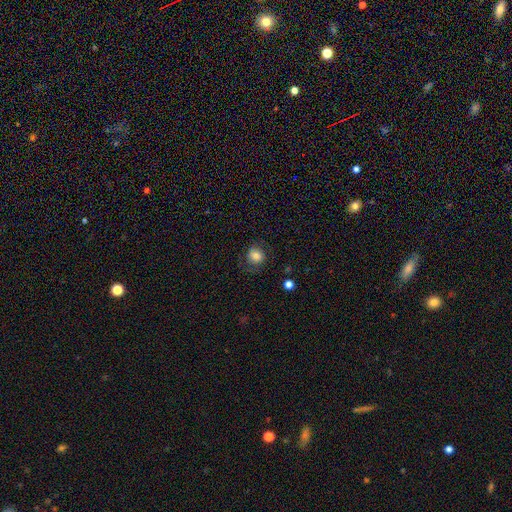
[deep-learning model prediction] Smooth or featured? Predicted: smooth (p=0.75). How rounded? Predicted: round (p=0.73). Merging? Predicted: none (p=0.70).